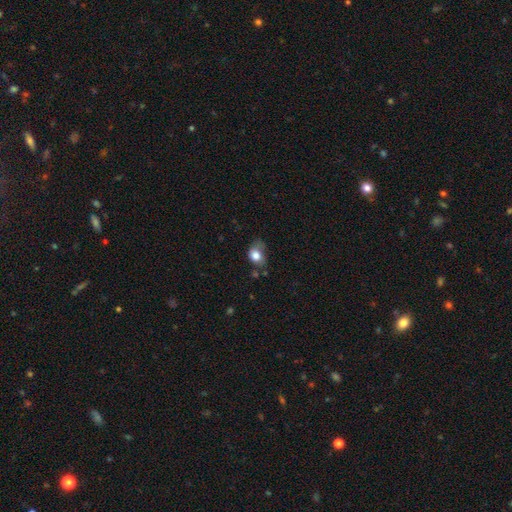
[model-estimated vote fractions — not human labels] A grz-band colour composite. It shows a smooth galaxy with no disk features (79%) that is in between round and cigar-shaped (57%). Merging: minor disturbance (38%).